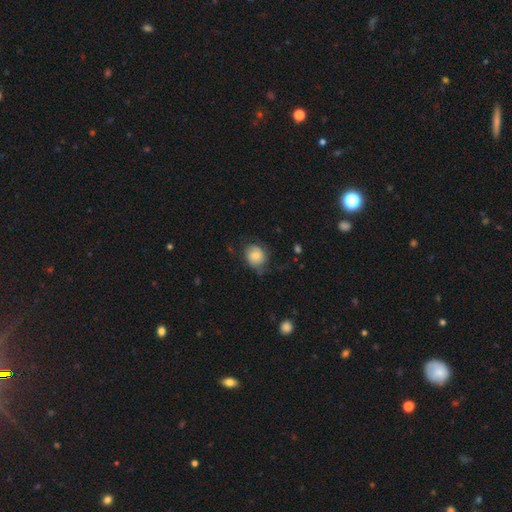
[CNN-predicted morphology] A smooth galaxy with no disk features (68%) that is round (67%).

Vote fractions:
- Smooth or featured? smooth: 68% / featured or disk: 24% / star or artifact: 8%
- How rounded? round: 67% / in between: 32% / cigar-shaped: 1%
- Merging? none: 57% / minor disturbance: 30% / major disturbance: 11% / merger: 2%